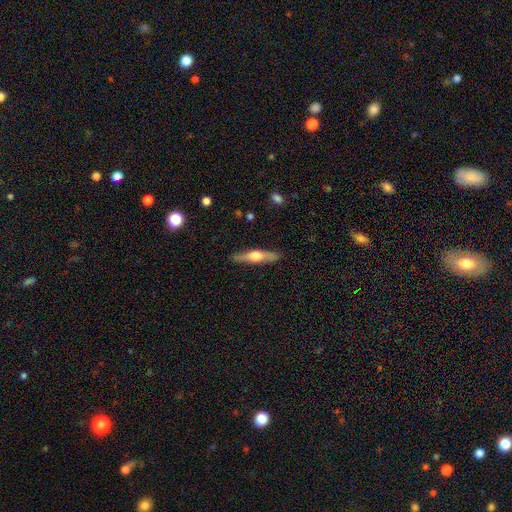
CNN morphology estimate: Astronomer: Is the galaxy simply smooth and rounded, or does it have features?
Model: featured or disk — 59% (runner-up: smooth, 36%).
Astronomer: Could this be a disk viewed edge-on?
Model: yes — 95%.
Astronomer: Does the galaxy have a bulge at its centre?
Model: rounded — 88%.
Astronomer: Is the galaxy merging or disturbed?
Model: none — 87%.